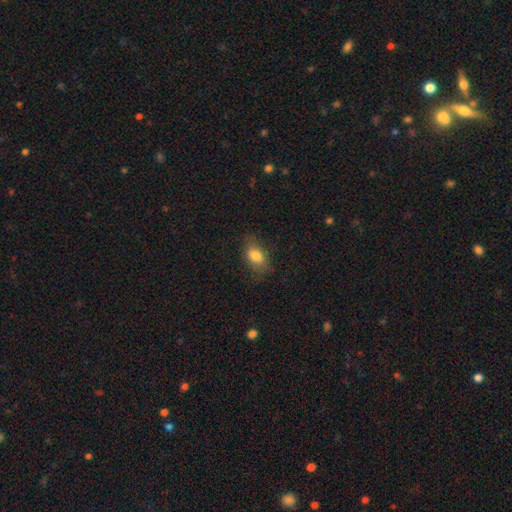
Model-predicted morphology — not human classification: type=smooth (79%); roundness=in between (83%); merging=none (72%).